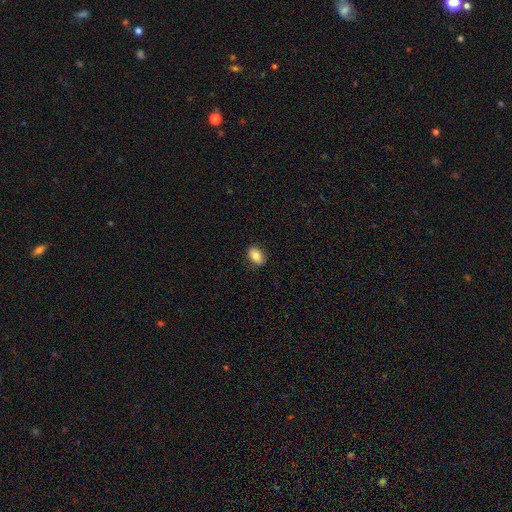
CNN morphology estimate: type=smooth (83%); roundness=in between (82%); merging=none (88%).